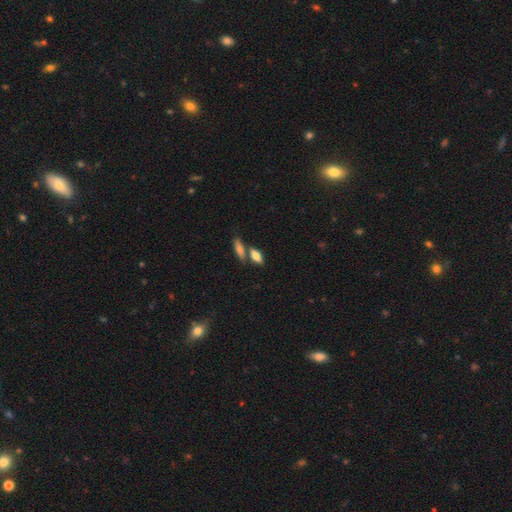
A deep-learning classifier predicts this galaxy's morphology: Smooth or featured?
  - smooth: 74% *
  - featured or disk: 18%
  - star or artifact: 8%
How rounded?
  - in between: 72% *
  - cigar-shaped: 23%
  - round: 4%
Merging?
  - none: 59% *
  - merger: 27%
  - minor disturbance: 10%
  - major disturbance: 3%